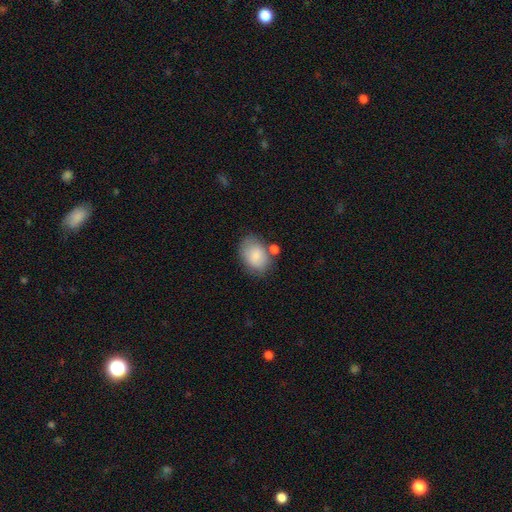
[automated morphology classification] smooth 83%, featured or disk 10%, star or artifact 7%. Down the decision tree: how rounded — in between (77%); merging — none (64%).